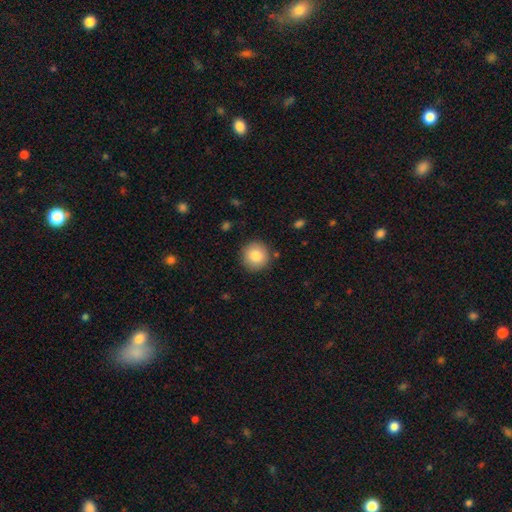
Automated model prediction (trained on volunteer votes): smooth_or_featured: smooth (p=0.83) [alt: star or artifact p=0.08]
how_rounded: round (p=0.95) [alt: in between p=0.04]
merging: none (p=0.89) [alt: minor disturbance p=0.07]